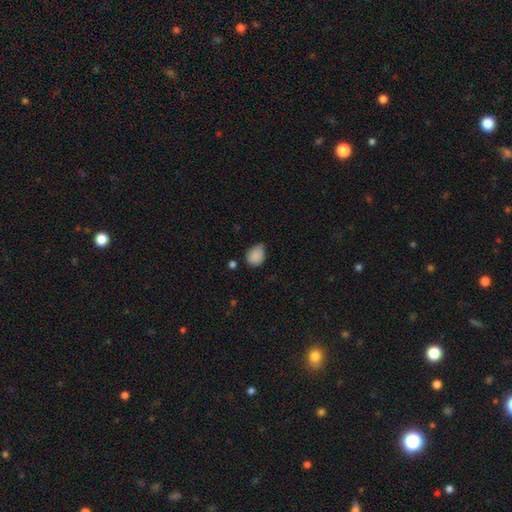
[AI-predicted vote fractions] Overall: smooth (85%). How rounded: in between (55%; round 45%). Merging: none (46%; minor disturbance 44%).